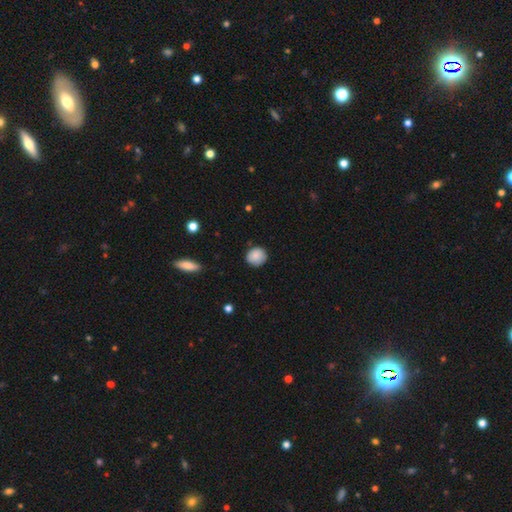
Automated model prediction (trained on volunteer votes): A smooth galaxy with no disk features (87%) that is round (85%).

Vote fractions:
- Smooth or featured? smooth: 87% / star or artifact: 8% / featured or disk: 6%
- How rounded? round: 85% / in between: 14% / cigar-shaped: 1%
- Merging? none: 83% / minor disturbance: 13% / major disturbance: 2% / merger: 1%